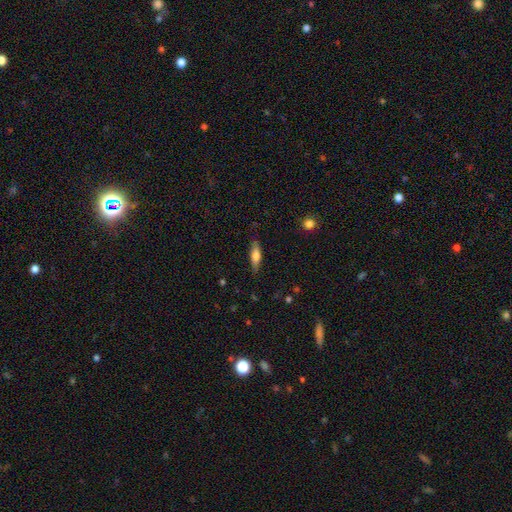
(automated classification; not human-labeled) Smooth or featured? Predicted: smooth (p=0.65). How rounded? Predicted: cigar-shaped (p=0.56). Merging? Predicted: none (p=0.82).